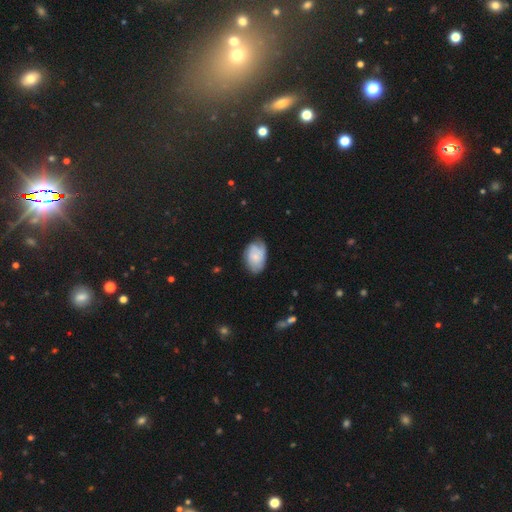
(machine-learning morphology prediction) Q: Smooth or featured?
A: smooth (56%); runner-up: featured or disk (37%)
Q: How rounded?
A: in between (87%); runner-up: round (12%)
Q: Merging?
A: none (59%); runner-up: minor disturbance (31%)